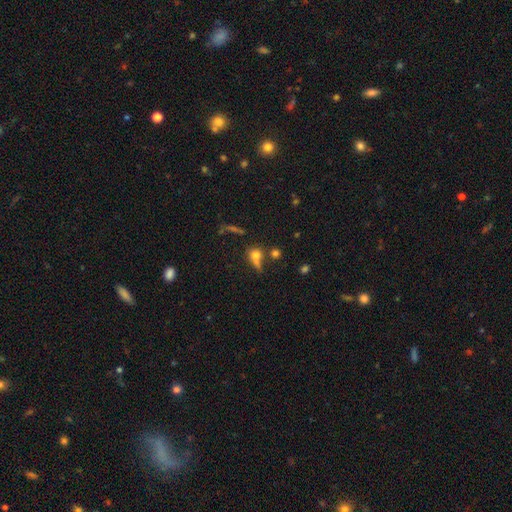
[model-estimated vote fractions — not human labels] smooth 69%, star or artifact 16%, featured or disk 15%. Down the decision tree: how rounded — round (73%); merging — none (46%).